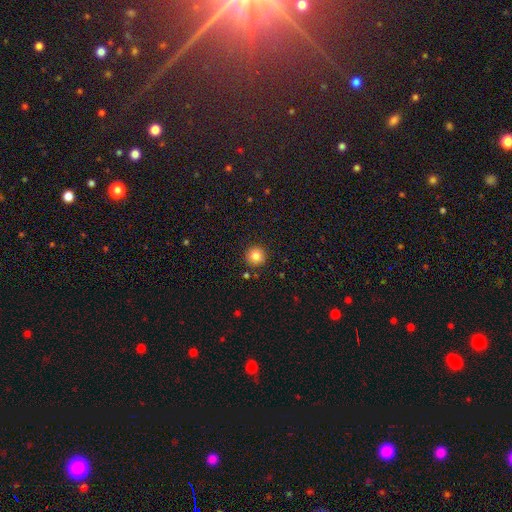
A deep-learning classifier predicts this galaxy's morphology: type=smooth (82%); roundness=round (95%); merging=none (91%).